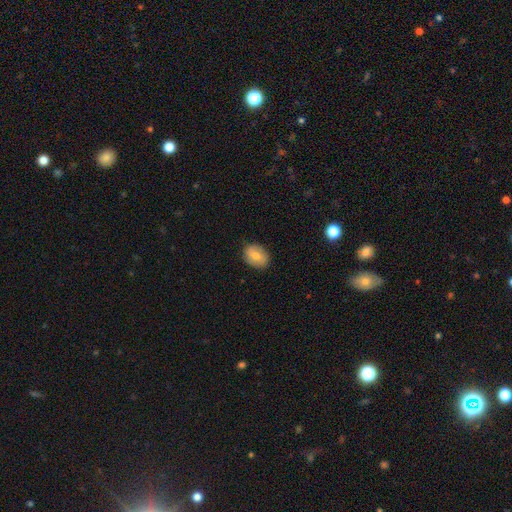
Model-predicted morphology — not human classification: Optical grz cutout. It shows a smooth galaxy with no disk features (75%) that is in between round and cigar-shaped (73%). Merging: none (86%).